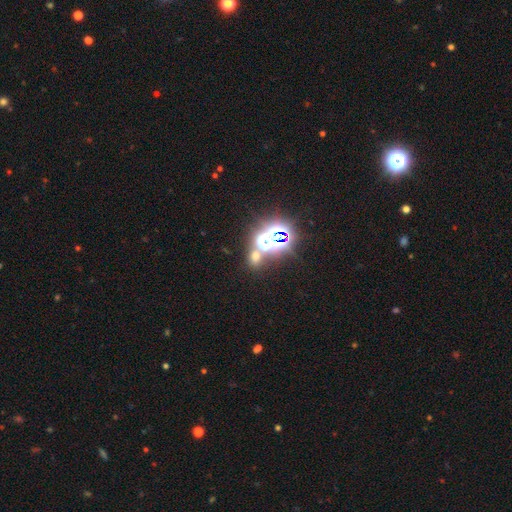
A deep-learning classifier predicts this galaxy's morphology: This is possibly a star or artifact rather than a galaxy (59%).